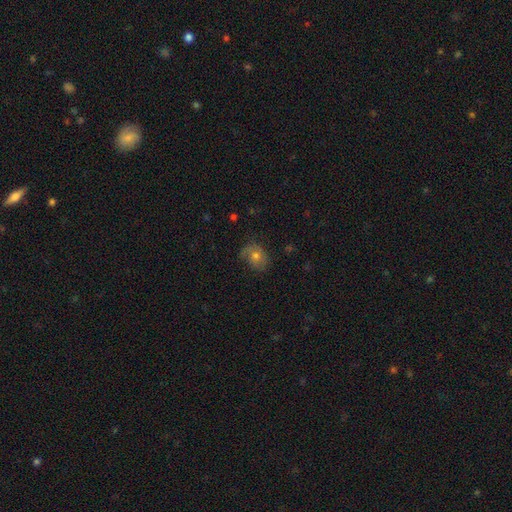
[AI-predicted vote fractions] Smooth or featured?
  - smooth: 52% *
  - featured or disk: 35%
  - star or artifact: 13%
How rounded?
  - round: 53% *
  - in between: 46%
  - cigar-shaped: 1%
Merging?
  - none: 63% *
  - minor disturbance: 24%
  - major disturbance: 11%
  - merger: 2%